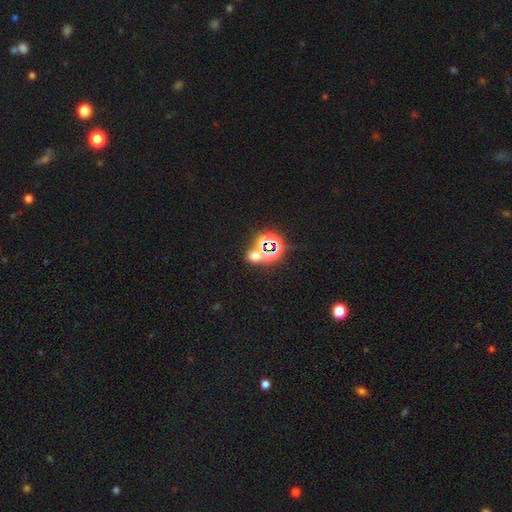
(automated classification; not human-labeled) Q: Smooth or featured?
A: star or artifact (50%); runner-up: smooth (42%)